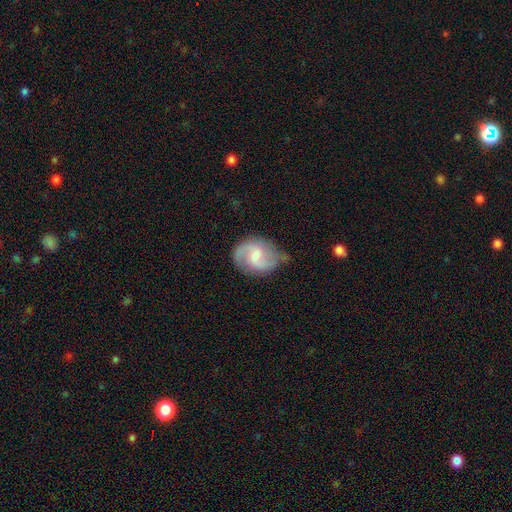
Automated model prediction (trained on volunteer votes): Smooth or featured? Predicted: featured or disk (p=0.74). Edge-on disk? Predicted: no (p=0.98). Bar? Predicted: weak (p=0.61). Spiral arms? Predicted: yes (p=0.93). Spiral winding? Predicted: medium (p=0.48). Spiral arm count? Predicted: 2 (p=0.87). Bulge size? Predicted: moderate (p=0.44). Merging? Predicted: none (p=0.60).